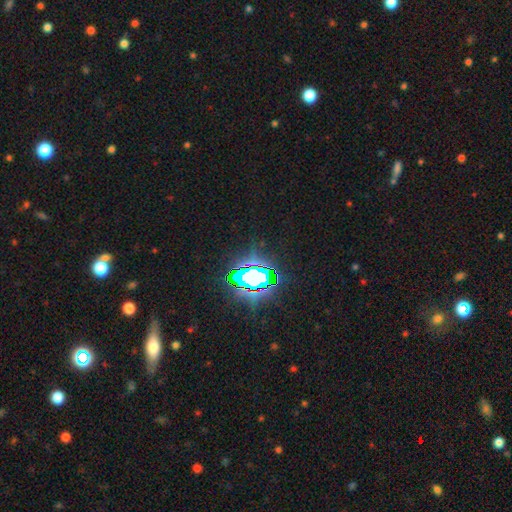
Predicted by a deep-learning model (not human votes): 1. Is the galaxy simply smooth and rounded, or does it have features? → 80% star or artifact, 11% smooth, 9% featured or disk.